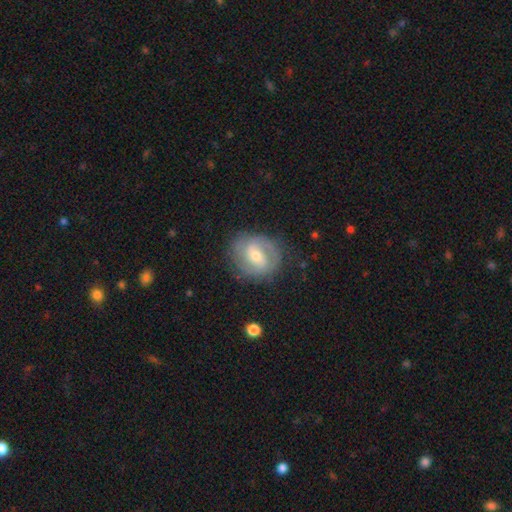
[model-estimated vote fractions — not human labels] The model was most divided on "spiral winding": tight: 48%, medium: 39%, loose: 13%. Remaining: edge-on disk — no (97%); spiral arms — yes (90%); merging — none (77%); smooth or featured — featured or disk (77%); spiral arm count — 2 (67%); bulge size — moderate (54%); bar — weak (50%).